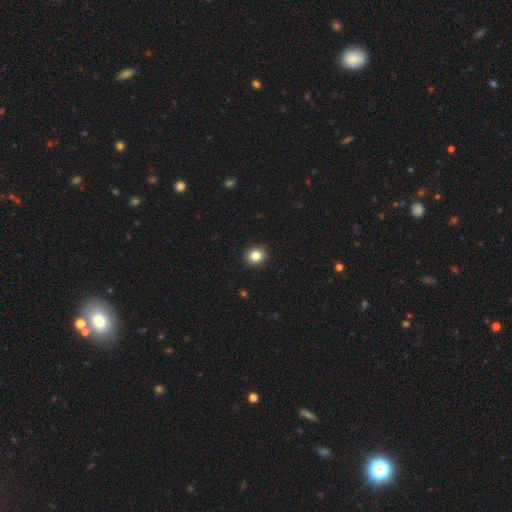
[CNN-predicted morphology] Overall: smooth (84%). How rounded: round (72%). Merging: none (92%).